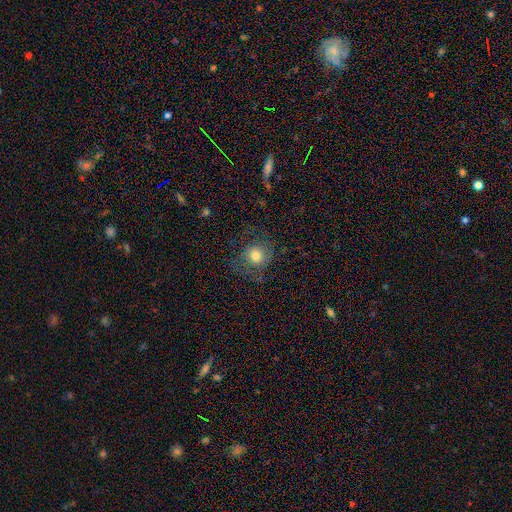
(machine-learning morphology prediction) smooth_or_featured: smooth (p=0.68) [alt: featured or disk p=0.21]
how_rounded: round (p=0.85) [alt: in between p=0.14]
merging: none (p=0.63) [alt: minor disturbance p=0.18]